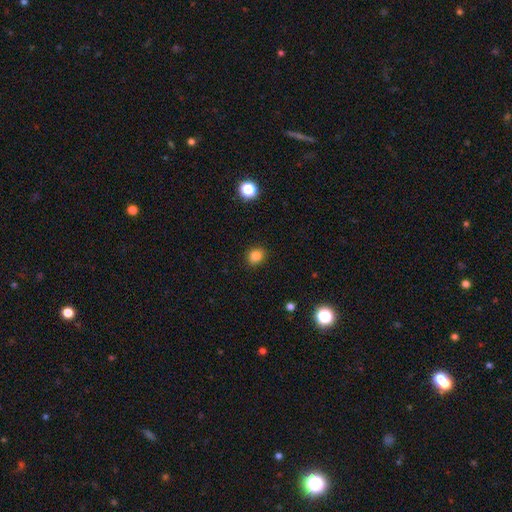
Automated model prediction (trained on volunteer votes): smooth 83%, star or artifact 12%, featured or disk 5%. Down the decision tree: how rounded — round (67%); merging — none (90%).